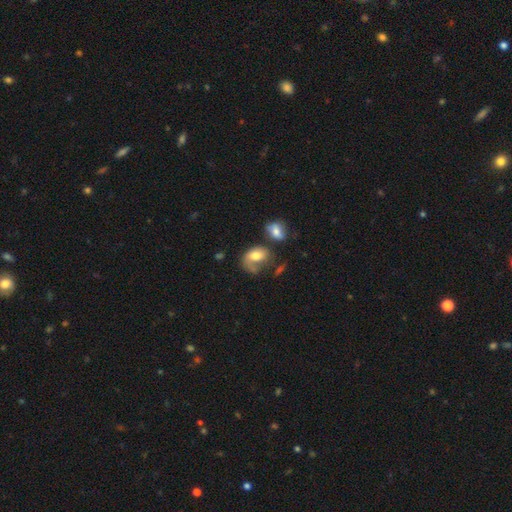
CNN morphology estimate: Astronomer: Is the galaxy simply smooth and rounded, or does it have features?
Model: smooth — 58% (runner-up: featured or disk, 34%).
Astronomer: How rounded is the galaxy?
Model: in between — 74%.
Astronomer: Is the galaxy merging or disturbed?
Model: major disturbance — 33% (runner-up: none, 29%).